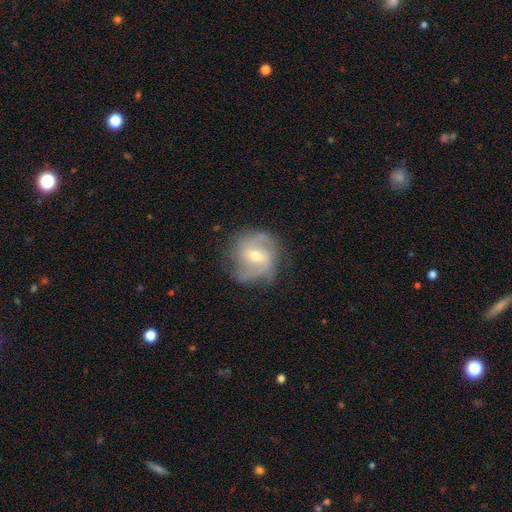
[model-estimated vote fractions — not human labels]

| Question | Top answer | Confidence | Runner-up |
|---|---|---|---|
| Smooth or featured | featured or disk | 80% | smooth (14%) |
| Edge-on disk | no | 97% | yes (3%) |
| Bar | weak | 51% | no (29%) |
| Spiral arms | yes | 92% | no (8%) |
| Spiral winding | medium | 47% | tight (29%) |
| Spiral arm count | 2 | 65% | can't tell (15%) |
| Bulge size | moderate | 55% | small (41%) |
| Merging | none | 70% | minor disturbance (20%) |